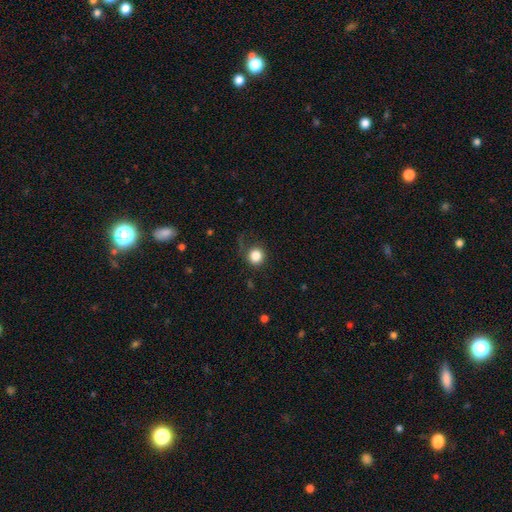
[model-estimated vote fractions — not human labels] This appears to be a smooth galaxy with no disk features (84%) that is round (92%). Merging: none (76%).